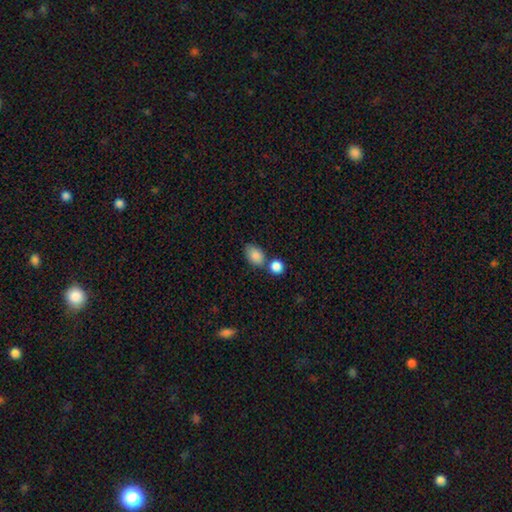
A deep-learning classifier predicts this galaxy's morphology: Q: Smooth or featured?
A: smooth (86%); runner-up: star or artifact (8%)
Q: How rounded?
A: in between (84%); runner-up: round (15%)
Q: Merging?
A: none (57%); runner-up: merger (24%)